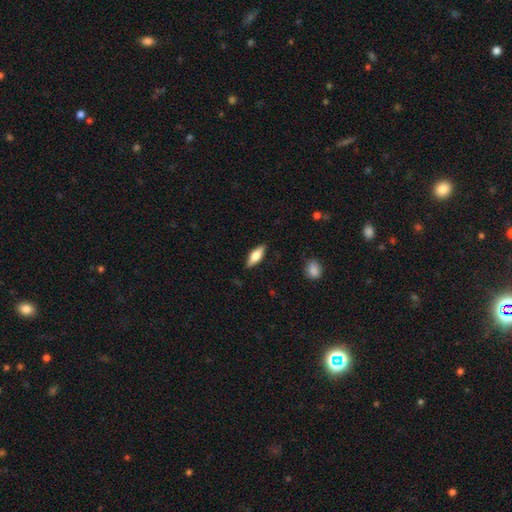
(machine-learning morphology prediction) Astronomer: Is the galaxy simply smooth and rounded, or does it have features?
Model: smooth — 58% (runner-up: featured or disk, 36%).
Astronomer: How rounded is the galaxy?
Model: in between — 59% (runner-up: cigar-shaped, 39%).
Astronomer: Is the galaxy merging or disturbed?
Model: none — 87%.